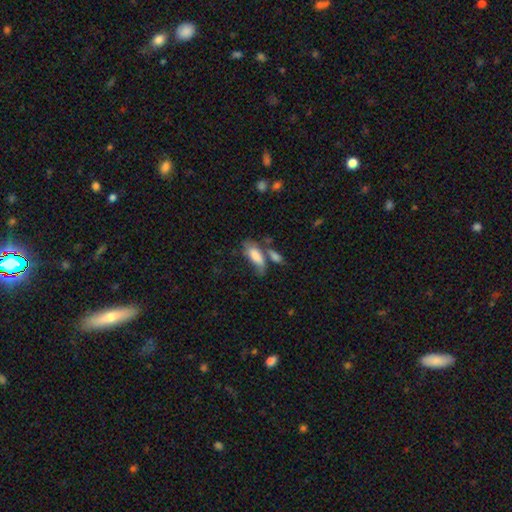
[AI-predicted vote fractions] A smooth galaxy with no disk features (76%) that is in between round and cigar-shaped (79%).

Vote fractions:
- Smooth or featured? smooth: 76% / featured or disk: 17% / star or artifact: 7%
- How rounded? in between: 79% / cigar-shaped: 19% / round: 2%
- Merging? none: 33% / merger: 30% / minor disturbance: 21% / major disturbance: 16%